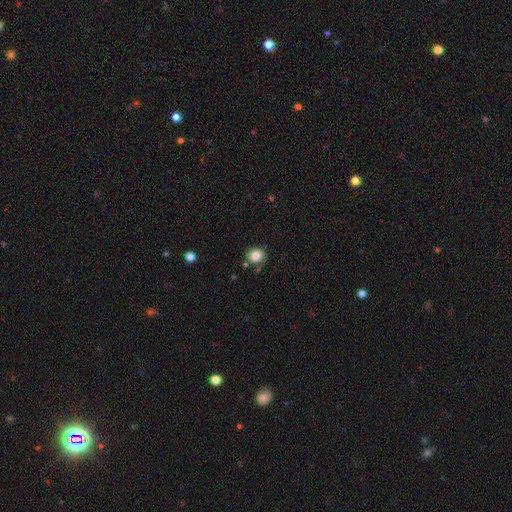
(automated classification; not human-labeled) smooth-or-featured: smooth: 82% | star or artifact: 10% | featured or disk: 8%
  how-rounded: round: 81% | in between: 18% | cigar-shaped: 1%
  merging: none: 77% | minor disturbance: 14% | merger: 5% | major disturbance: 3%